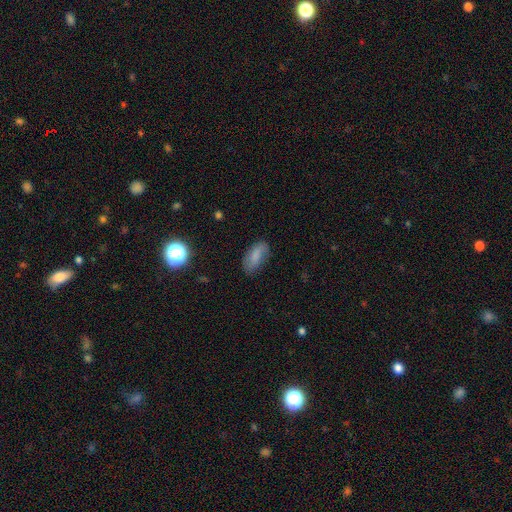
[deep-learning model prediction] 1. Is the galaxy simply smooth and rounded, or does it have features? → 77% smooth, 15% featured or disk, 8% star or artifact.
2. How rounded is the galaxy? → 89% in between, 9% cigar-shaped, 3% round.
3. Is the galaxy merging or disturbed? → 74% none, 20% minor disturbance, 5% major disturbance, 2% merger.